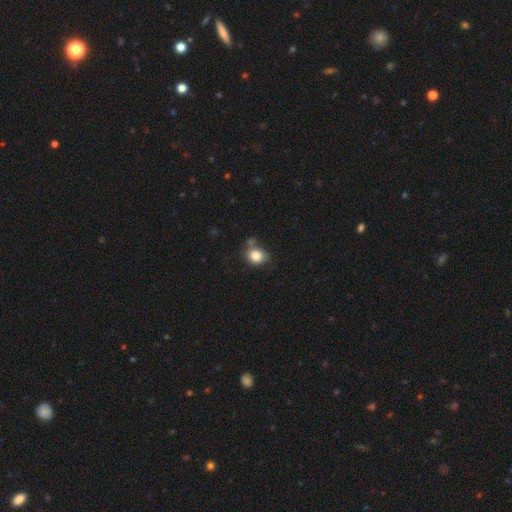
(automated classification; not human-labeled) smooth-or-featured: smooth: 84% | star or artifact: 9% | featured or disk: 7%
  how-rounded: round: 56% | in between: 43% | cigar-shaped: 1%
  merging: none: 55% | minor disturbance: 25% | merger: 12% | major disturbance: 8%